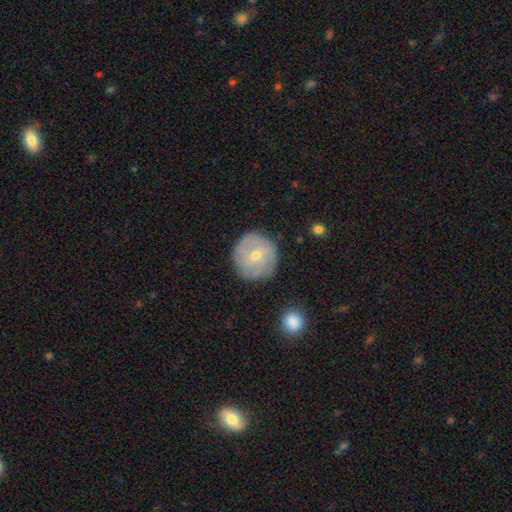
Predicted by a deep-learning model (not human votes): Smooth or featured? Predicted: featured or disk (p=0.59). Edge-on disk? Predicted: no (p=0.97). Bar? Predicted: no (p=0.54). Spiral arms? Predicted: yes (p=0.75). Bulge size? Predicted: small (p=0.63). Merging? Predicted: none (p=0.82).